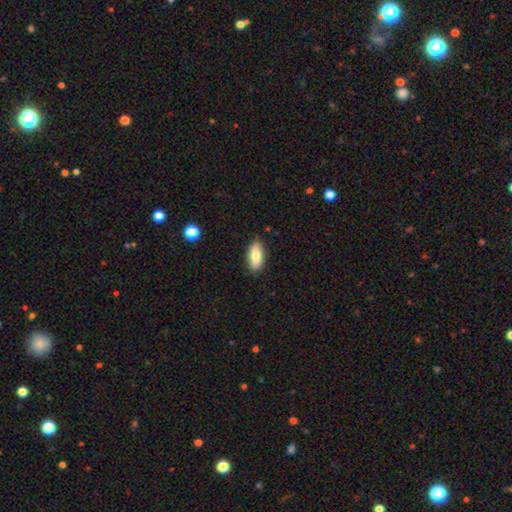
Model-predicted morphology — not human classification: smooth_or_featured: smooth (p=0.80) [alt: featured or disk p=0.13]
how_rounded: in between (p=0.84) [alt: cigar-shaped p=0.14]
merging: none (p=0.85) [alt: minor disturbance p=0.11]